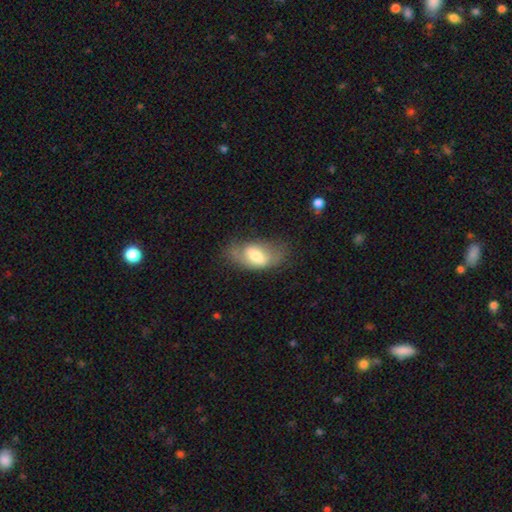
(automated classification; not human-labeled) smooth_or_featured: smooth (p=0.55) [alt: featured or disk p=0.38]
how_rounded: in between (p=0.90) [alt: round p=0.06]
merging: none (p=0.48) [alt: minor disturbance p=0.31]